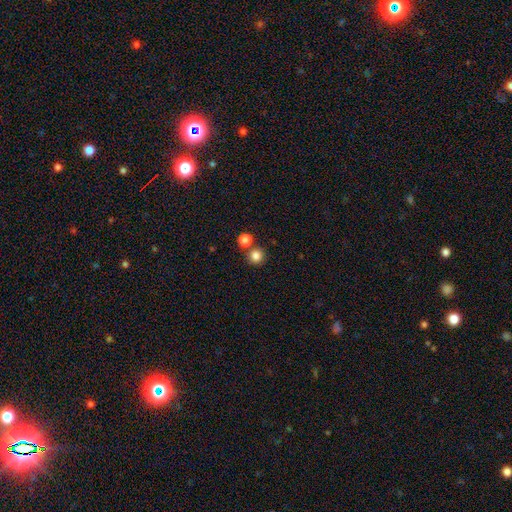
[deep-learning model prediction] The model was most divided on "merging": none: 76%, merger: 15%, minor disturbance: 7%, major disturbance: 2%. More confident: how rounded — round (94%); smooth or featured — smooth (83%).